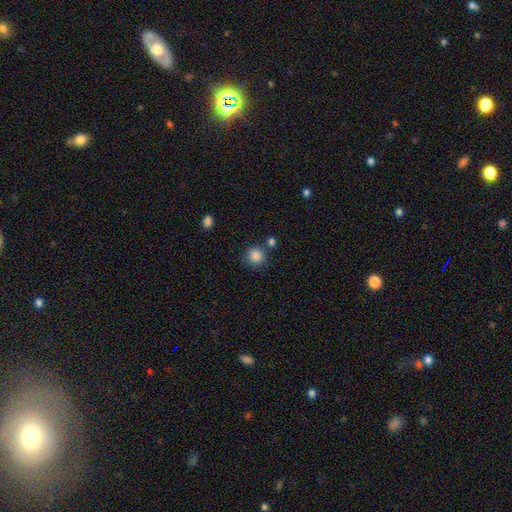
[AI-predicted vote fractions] Smooth or featured? Predicted: smooth (p=0.87). How rounded? Predicted: round (p=0.90). Merging? Predicted: none (p=0.79).